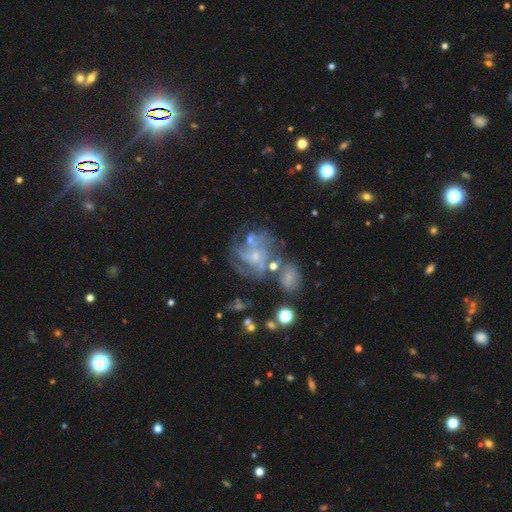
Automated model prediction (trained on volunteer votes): A featured or disk galaxy (75%) with no bar (68%), tight (44%) spiral arms (84%) and a small central bulge (59%).

Vote fractions:
- Smooth or featured? featured or disk: 75% / smooth: 14% / star or artifact: 11%
- Edge-on disk? no: 98% / yes: 2%
- Bar? no: 68% / weak: 27% / strong: 6%
- Spiral arms? yes: 84% / no: 16%
- Spiral winding? tight: 44% / medium: 41% / loose: 16%
- Spiral arm count? can't tell: 38% / 3: 22% / 4: 14% / 2: 13% / more than 4: 7% / 1: 6%
- Bulge size? small: 59% / moderate: 23% / none: 14% / large: 2% / dominant: 1%
- Merging? none: 46% / major disturbance: 19% / minor disturbance: 18% / merger: 17%